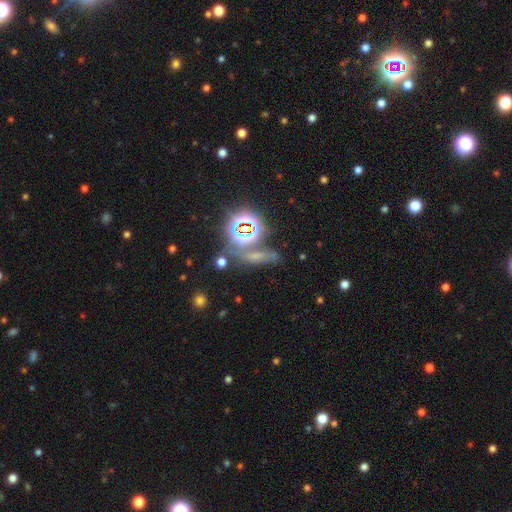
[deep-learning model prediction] This appears to be a star or artifact, not a galaxy (49%).